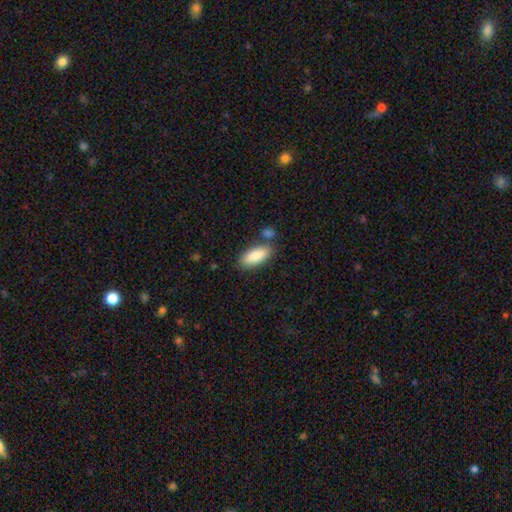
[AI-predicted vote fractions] Smooth or featured?
  - smooth: 86% *
  - featured or disk: 8%
  - star or artifact: 6%
How rounded?
  - in between: 83% *
  - cigar-shaped: 14%
  - round: 2%
Merging?
  - none: 73% *
  - minor disturbance: 13%
  - merger: 11%
  - major disturbance: 3%